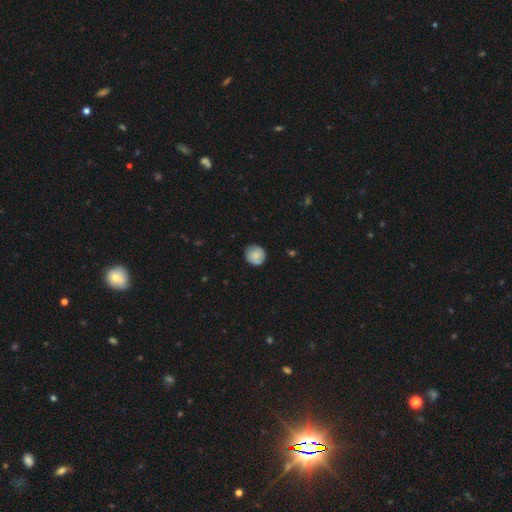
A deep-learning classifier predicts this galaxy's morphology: The model was most divided on "smooth or featured": smooth: 77%, featured or disk: 16%, star or artifact: 7%. More confident: how rounded — round (91%); merging — none (81%).